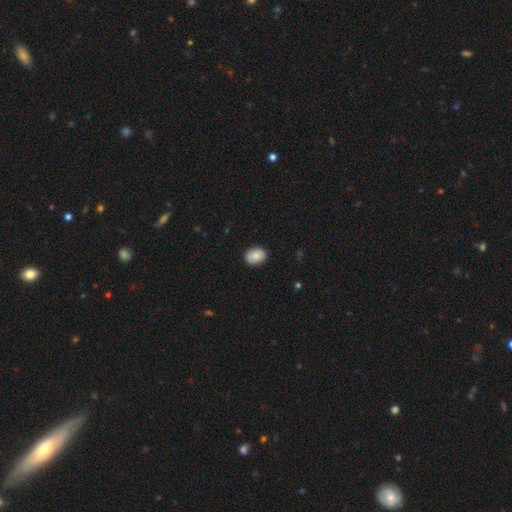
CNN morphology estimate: The model was most divided on "how rounded": in between: 73%, round: 26%, cigar-shaped: 1%. More confident: merging — none (88%); smooth or featured — smooth (83%).